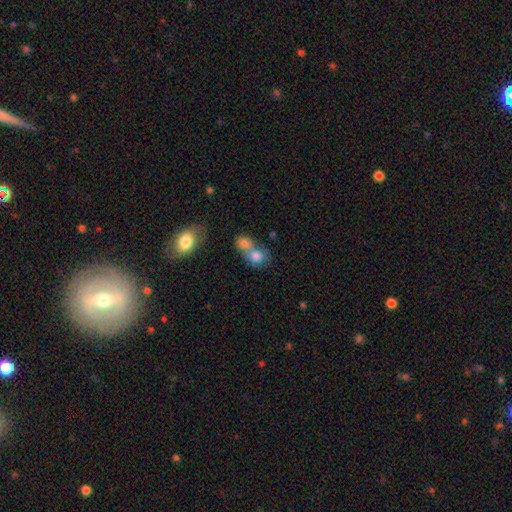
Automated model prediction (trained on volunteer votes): The model was most divided on "how rounded": round: 56%, in between: 42%, cigar-shaped: 2%. More confident: smooth or featured — smooth (79%); merging — merger (65%).